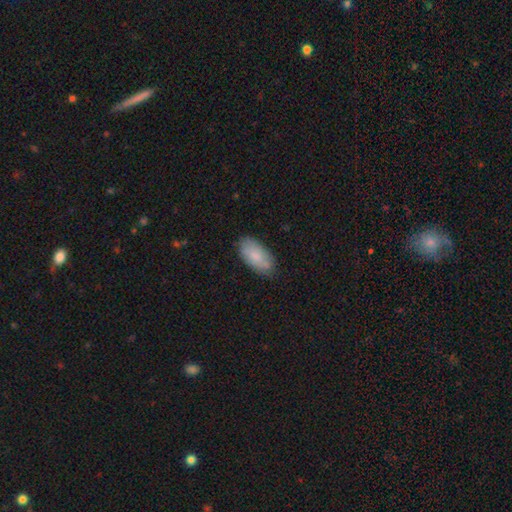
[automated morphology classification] The model was most divided on "merging": none: 77%, minor disturbance: 18%, major disturbance: 3%, merger: 2%. More confident: how rounded — in between (93%); smooth or featured — smooth (77%).